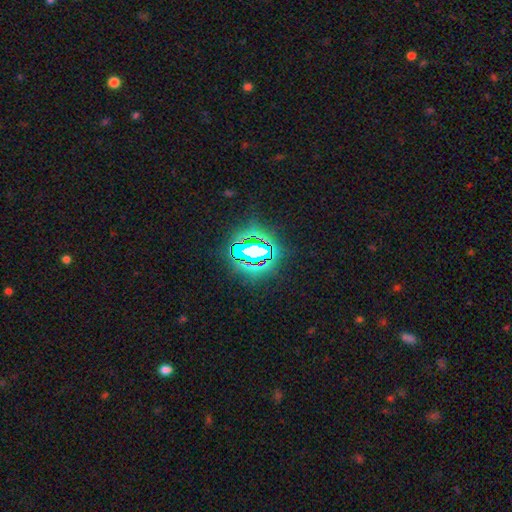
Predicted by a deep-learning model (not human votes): The model was most divided on "smooth or featured": star or artifact: 72%, smooth: 16%, featured or disk: 12%.